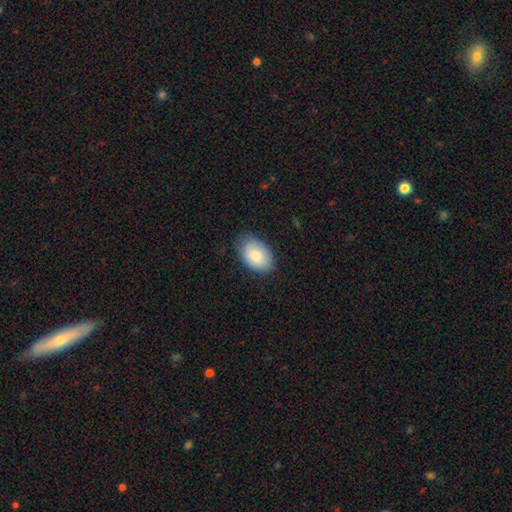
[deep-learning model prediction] Smooth or featured: smooth — 85% (featured or disk — 9%)
How rounded: in between — 90% (round — 8%)
Merging: none — 77% (minor disturbance — 18%)